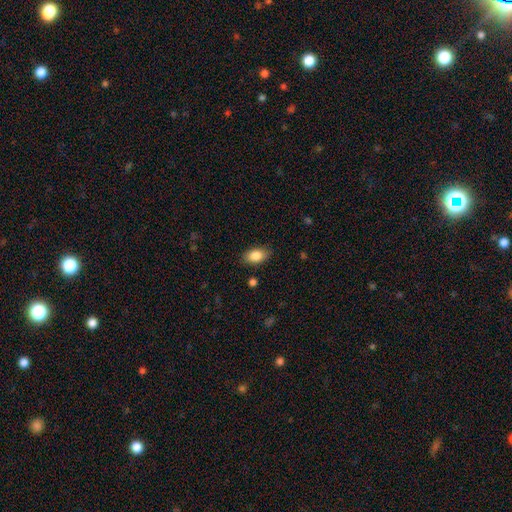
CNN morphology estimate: This appears to be a smooth galaxy with no disk features (85%) that is in between round and cigar-shaped (90%). Merging: none (85%).